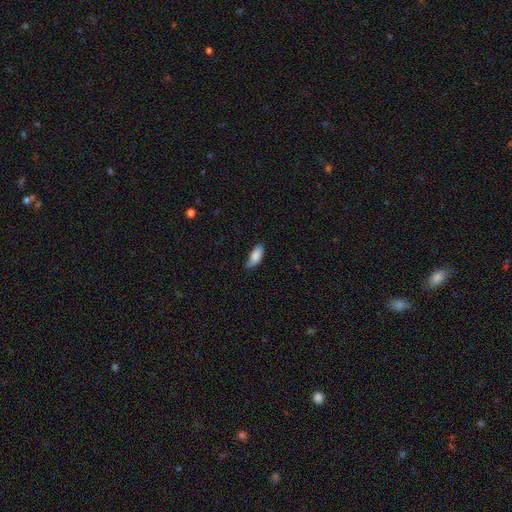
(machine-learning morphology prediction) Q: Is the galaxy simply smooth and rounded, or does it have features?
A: smooth — 85%.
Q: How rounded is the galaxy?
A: in between — 81%.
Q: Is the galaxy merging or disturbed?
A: none — 68%.